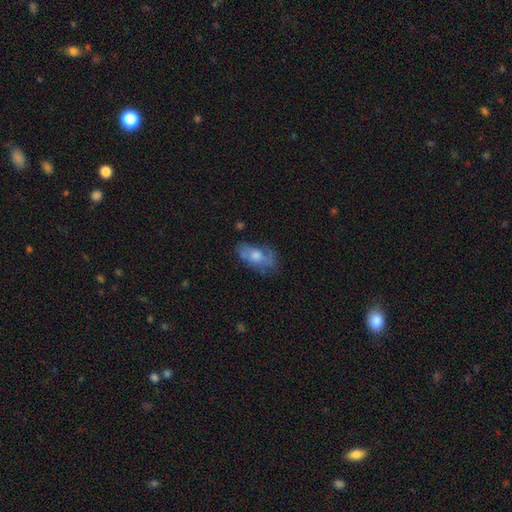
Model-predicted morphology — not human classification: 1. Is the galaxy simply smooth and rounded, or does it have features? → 47% smooth, 43% featured or disk, 10% star or artifact.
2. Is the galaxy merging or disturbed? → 57% none, 27% minor disturbance, 14% major disturbance, 2% merger.